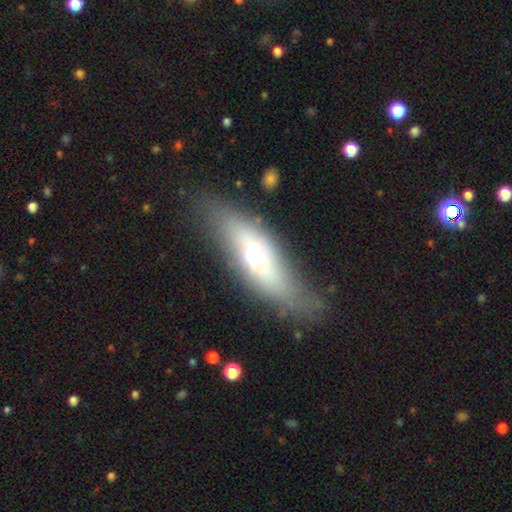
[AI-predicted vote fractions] Smooth or featured? featured or disk (47%)
Merging? none (69%)